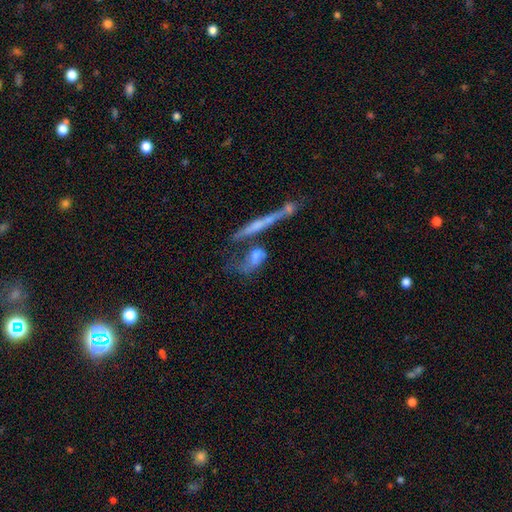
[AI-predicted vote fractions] This is marginally a featured or disk galaxy (45%). Merging: marginally merger (38%).